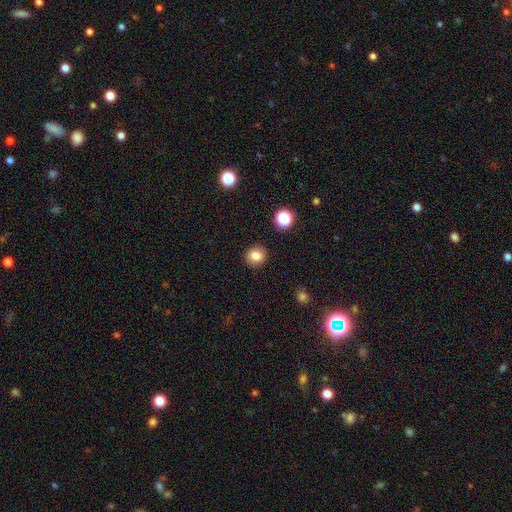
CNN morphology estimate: A smooth galaxy with no disk features (83%) that is round (82%). Merging: none (90%).